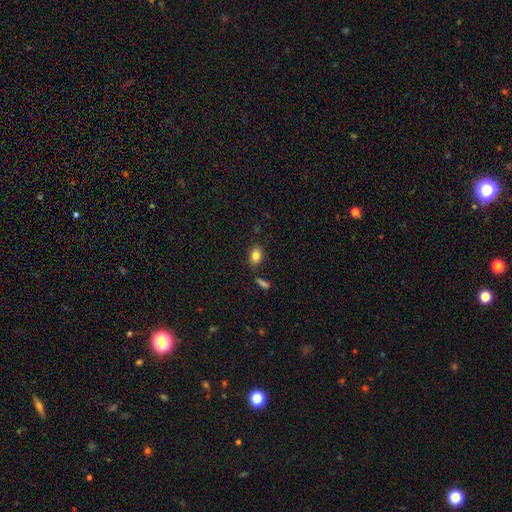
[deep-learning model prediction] A smooth galaxy with no disk features (83%) that is in between round and cigar-shaped (64%). Merging: none (82%).